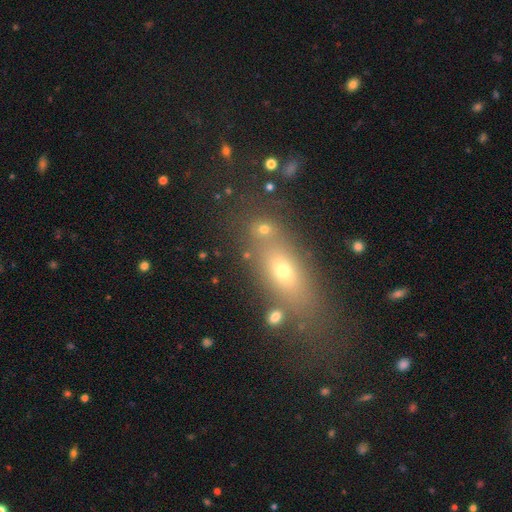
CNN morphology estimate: type=smooth (51%); roundness=in between (53%); merging=none (70%).